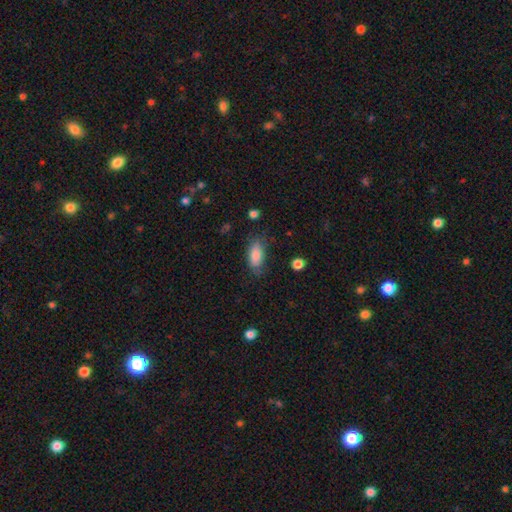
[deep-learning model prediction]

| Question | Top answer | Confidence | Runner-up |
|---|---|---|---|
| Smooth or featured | smooth | 84% | featured or disk (9%) |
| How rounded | in between | 87% | cigar-shaped (10%) |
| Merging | none | 71% | minor disturbance (21%) |